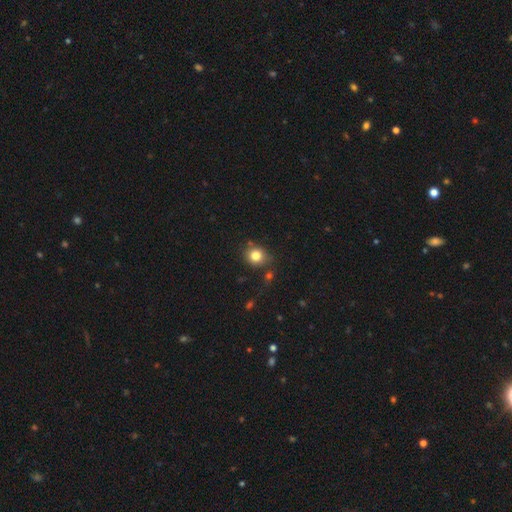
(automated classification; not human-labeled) smooth-or-featured: smooth: 81% | star or artifact: 12% | featured or disk: 7%
  how-rounded: round: 79% | in between: 20% | cigar-shaped: 1%
  merging: none: 74% | minor disturbance: 14% | merger: 7% | major disturbance: 5%